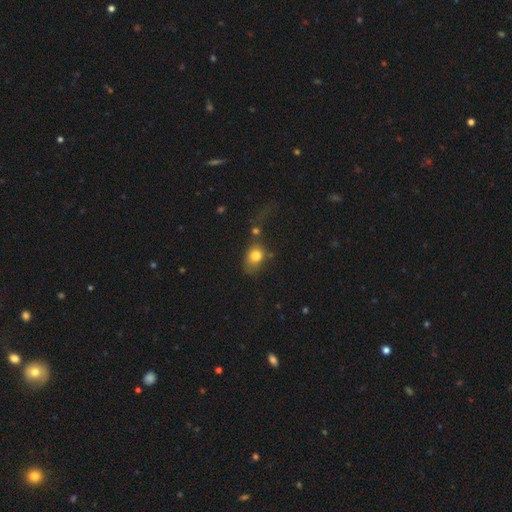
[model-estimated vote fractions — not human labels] smooth 78%, featured or disk 11%, star or artifact 11%. Down the decision tree: how rounded — in between (55%); merging — none (38%).